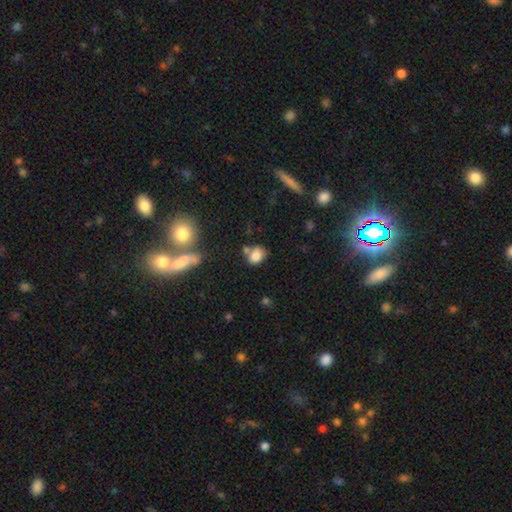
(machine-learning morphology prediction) The model was most divided on "how rounded": in between: 59%, round: 40%, cigar-shaped: 1%. Remaining: smooth or featured — smooth (79%); merging — none (48%).